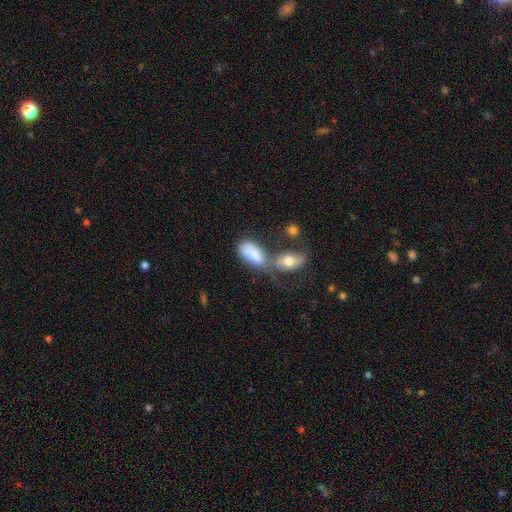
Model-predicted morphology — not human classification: The model was most divided on "merging": merger: 52%, none: 25%, minor disturbance: 14%, major disturbance: 10%. More confident: how rounded — in between (90%); smooth or featured — smooth (80%).